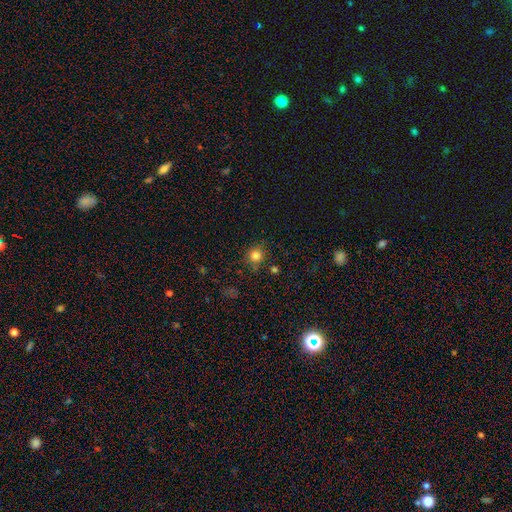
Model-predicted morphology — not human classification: smooth_or_featured: smooth (p=0.82) [alt: star or artifact p=0.13]
how_rounded: round (p=0.90) [alt: in between p=0.09]
merging: none (p=0.81) [alt: minor disturbance p=0.12]